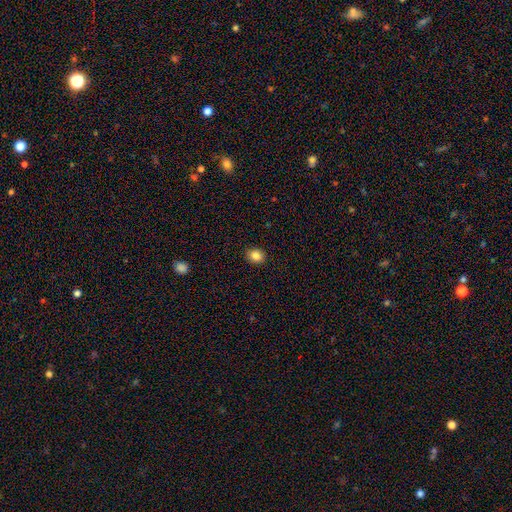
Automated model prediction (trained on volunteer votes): Smooth or featured?
  - smooth: 85% *
  - star or artifact: 10%
  - featured or disk: 5%
How rounded?
  - round: 61% *
  - in between: 38%
  - cigar-shaped: 1%
Merging?
  - none: 90% *
  - minor disturbance: 7%
  - major disturbance: 2%
  - merger: 1%